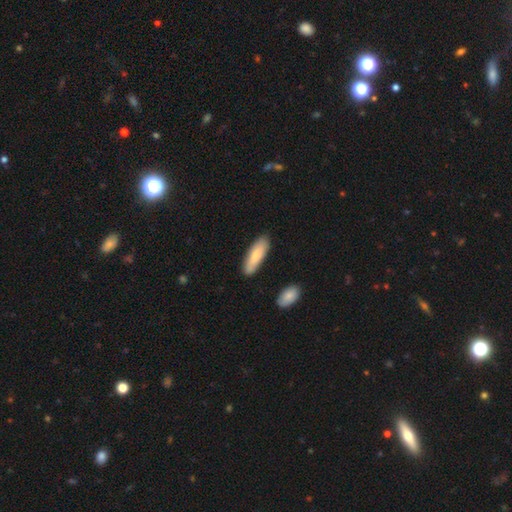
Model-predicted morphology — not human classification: Smooth or featured? Predicted: smooth (p=0.79). How rounded? Predicted: in between (p=0.53). Merging? Predicted: none (p=0.83).